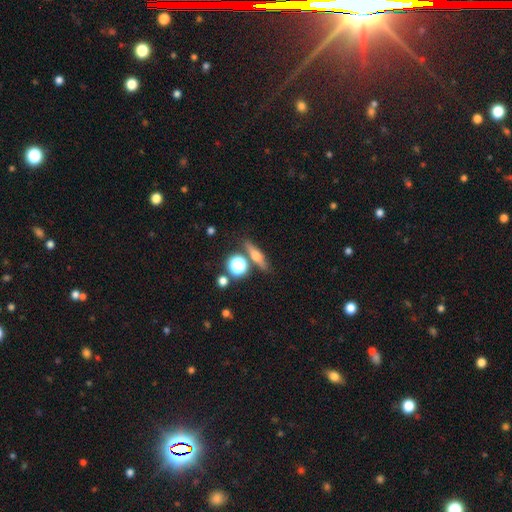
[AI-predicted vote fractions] This appears to be a featured or disk galaxy (46%). Merging: none (78%).